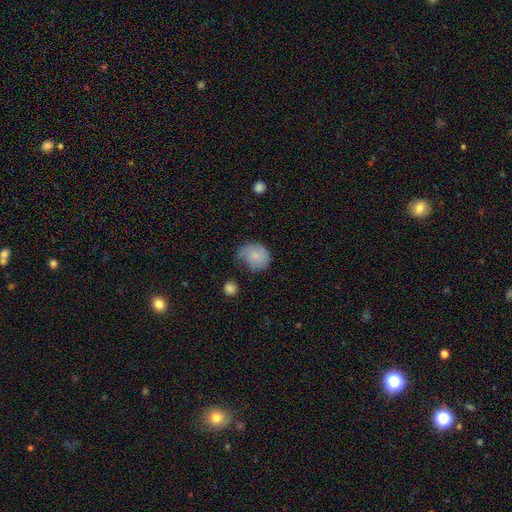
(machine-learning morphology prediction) This is likely a smooth galaxy (72%). How rounded: likely round (67%). Merging: marginally minor disturbance (39%).